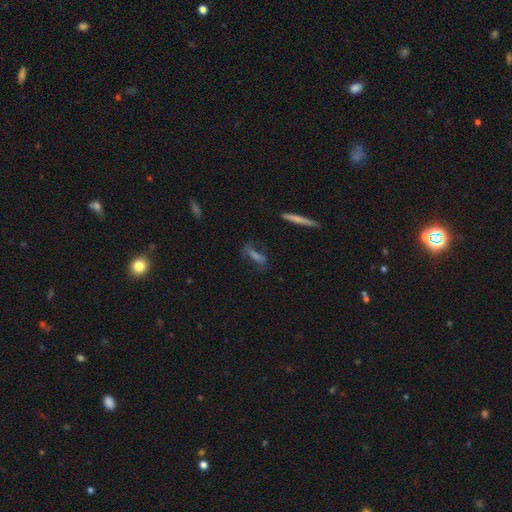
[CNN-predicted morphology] Q: Smooth or featured?
A: smooth (42%); runner-up: featured or disk (40%)
Q: Merging?
A: none (69%); runner-up: minor disturbance (19%)